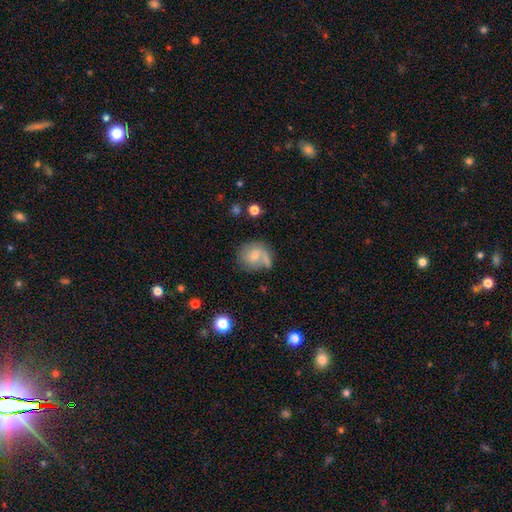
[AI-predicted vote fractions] This is possibly a smooth galaxy (53%). How rounded: likely round (77%). Merging: possibly none (49%).